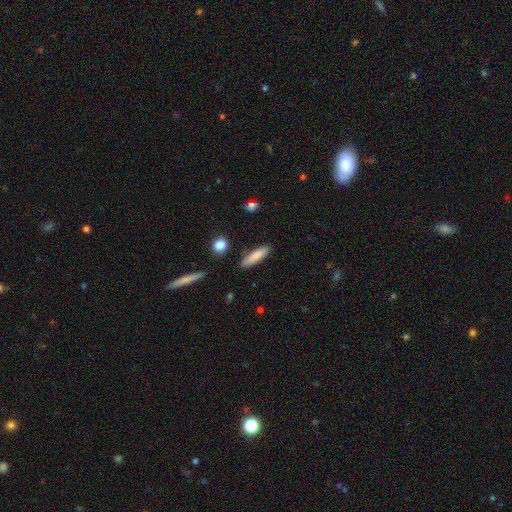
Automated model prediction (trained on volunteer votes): Q: Smooth or featured?
A: smooth (83%); runner-up: featured or disk (10%)
Q: How rounded?
A: cigar-shaped (67%); runner-up: in between (31%)
Q: Merging?
A: none (85%); runner-up: minor disturbance (11%)